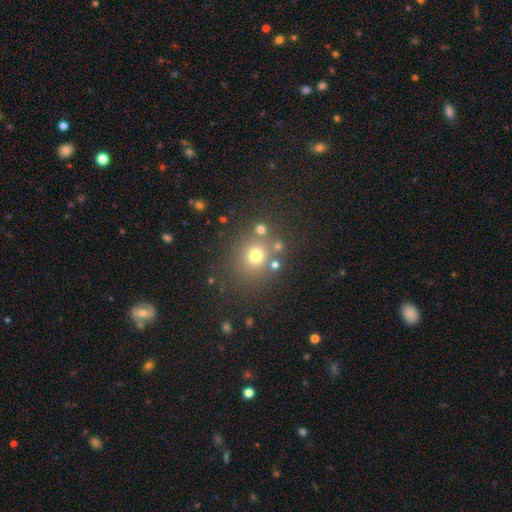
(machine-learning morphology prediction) smooth 70%, star or artifact 20%, featured or disk 10%. Down the decision tree: how rounded — round (84%); merging — none (75%).